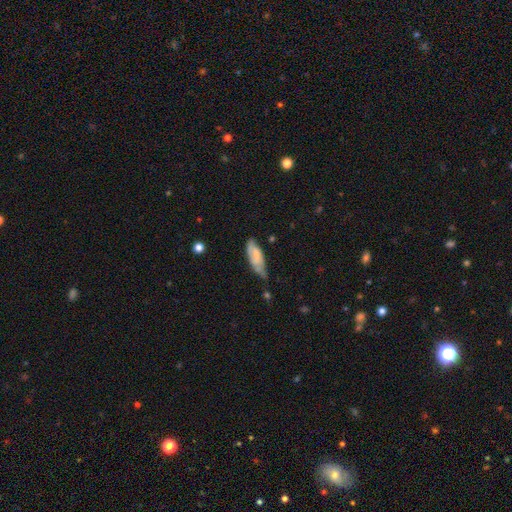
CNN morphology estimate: Smooth or featured?
  - smooth: 61% *
  - featured or disk: 32%
  - star or artifact: 7%
How rounded?
  - in between: 66% *
  - cigar-shaped: 32%
  - round: 2%
Merging?
  - minor disturbance: 42% *
  - none: 38%
  - major disturbance: 14%
  - merger: 6%